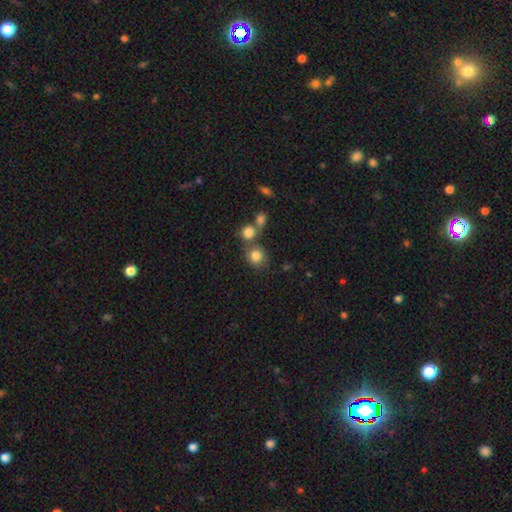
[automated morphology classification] Q: Smooth or featured?
A: smooth (81%); runner-up: star or artifact (11%)
Q: How rounded?
A: round (79%); runner-up: in between (20%)
Q: Merging?
A: none (60%); runner-up: merger (24%)